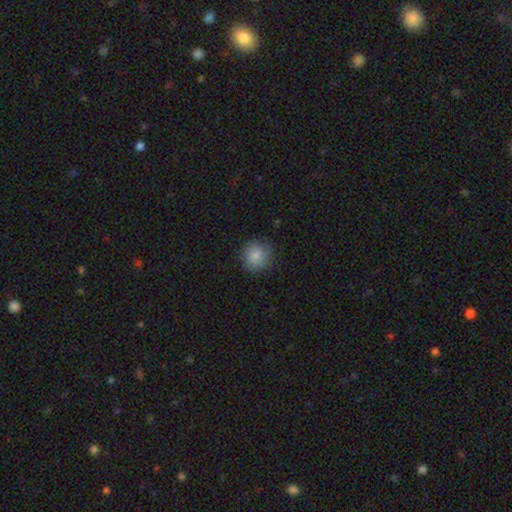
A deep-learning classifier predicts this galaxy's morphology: smooth_or_featured: smooth (p=0.84) [alt: star or artifact p=0.08]
how_rounded: round (p=0.90) [alt: in between p=0.09]
merging: none (p=0.80) [alt: minor disturbance p=0.15]